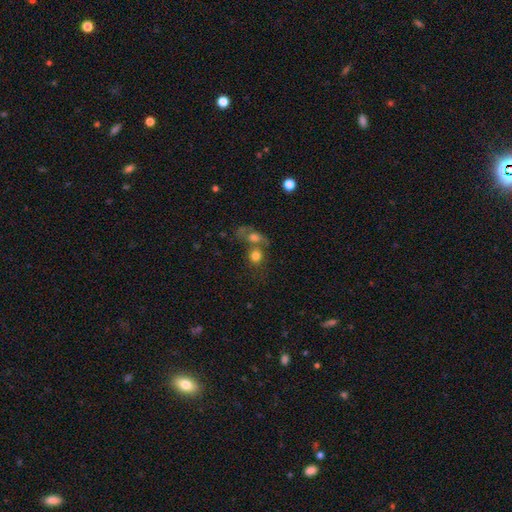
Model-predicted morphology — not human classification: Smooth or featured: smooth — 73% (featured or disk — 15%)
How rounded: round — 74% (in between — 24%)
Merging: merger — 53% (none — 30%)